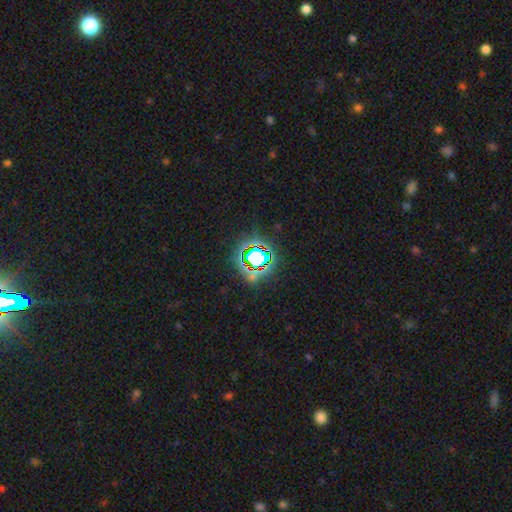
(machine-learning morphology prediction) A star or artifact, not a galaxy (70%).